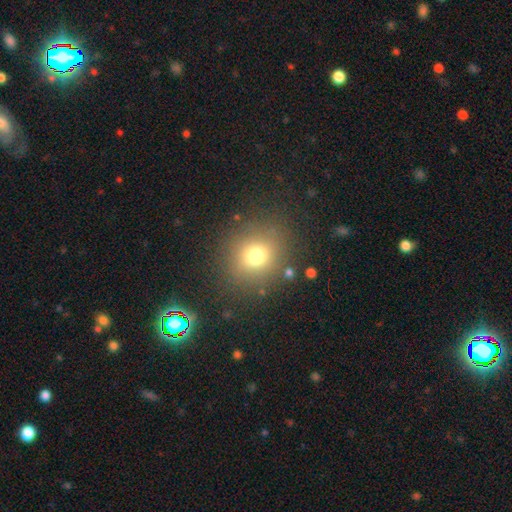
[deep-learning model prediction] Q: Smooth or featured?
A: smooth (73%); runner-up: star or artifact (17%)
Q: How rounded?
A: round (84%); runner-up: in between (15%)
Q: Merging?
A: none (85%); runner-up: minor disturbance (8%)